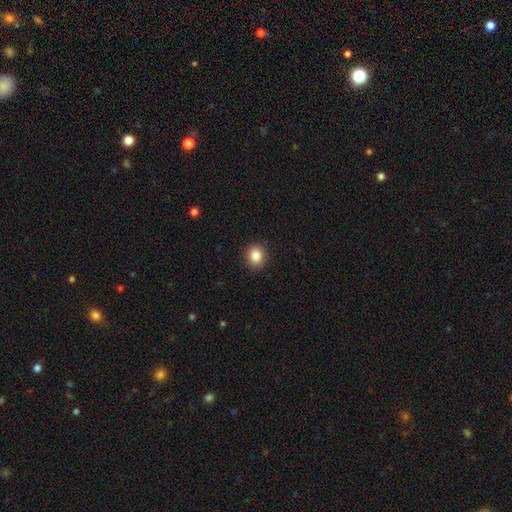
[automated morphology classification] type=smooth (85%); roundness=round (81%); merging=none (91%).